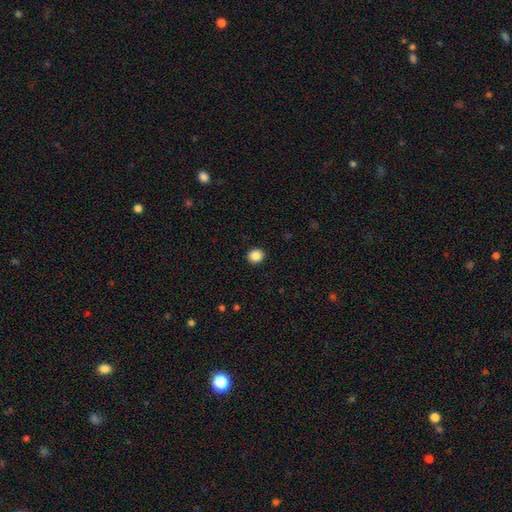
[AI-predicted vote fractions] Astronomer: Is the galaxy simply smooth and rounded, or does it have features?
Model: smooth — 87%.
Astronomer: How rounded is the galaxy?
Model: round — 78%.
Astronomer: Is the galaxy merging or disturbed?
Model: none — 92%.